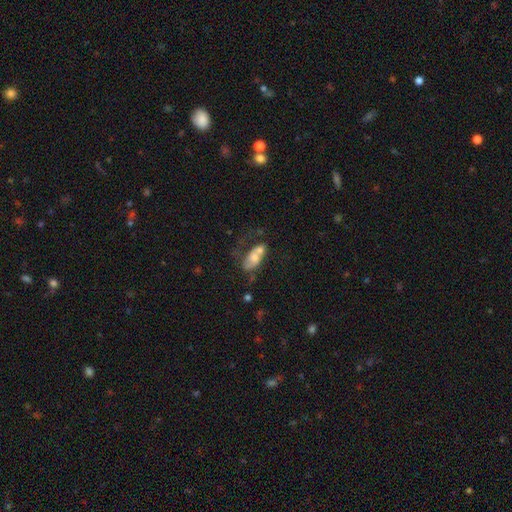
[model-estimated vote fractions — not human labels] This is possibly a smooth galaxy (49%). Merging: marginally merger (41%).